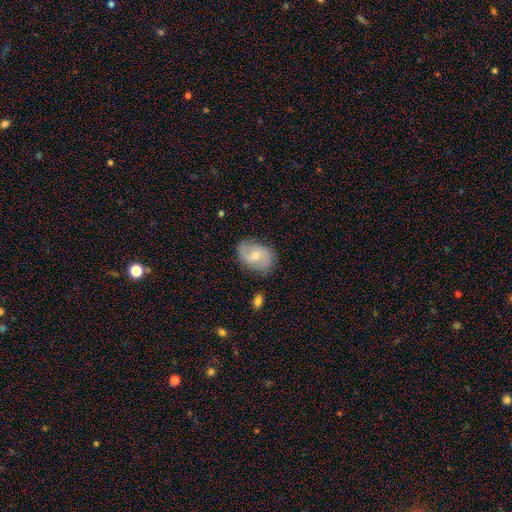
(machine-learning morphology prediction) featured or disk 62%, smooth 31%, star or artifact 7%. Down the decision tree: edge-on disk — no (97%); bar — no (53%); spiral arms — yes (88%); spiral arm count — 2 (81%); spiral winding — medium (45%); bulge size — moderate (51%); merging — none (72%).